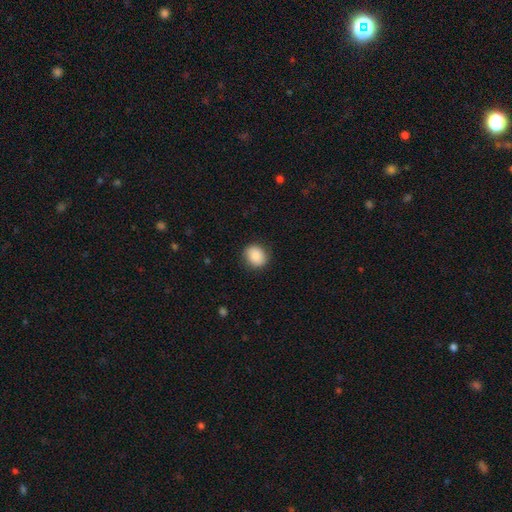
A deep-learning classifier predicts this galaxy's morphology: Smooth or featured: smooth — 88% (star or artifact — 7%)
How rounded: round — 66% (in between — 33%)
Merging: none — 87% (minor disturbance — 9%)